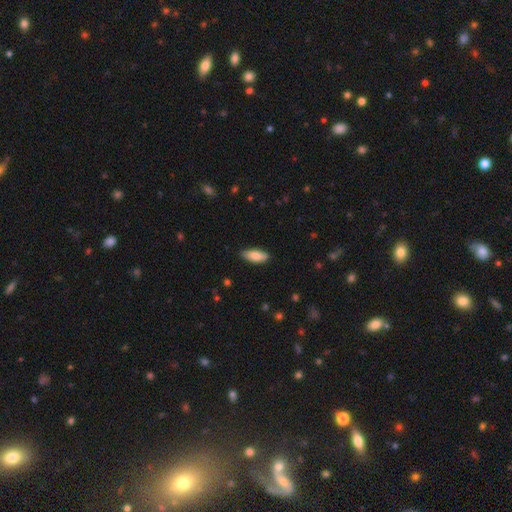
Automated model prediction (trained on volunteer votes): smooth 86%, featured or disk 8%, star or artifact 6%. Down the decision tree: how rounded — in between (76%); merging — none (84%).